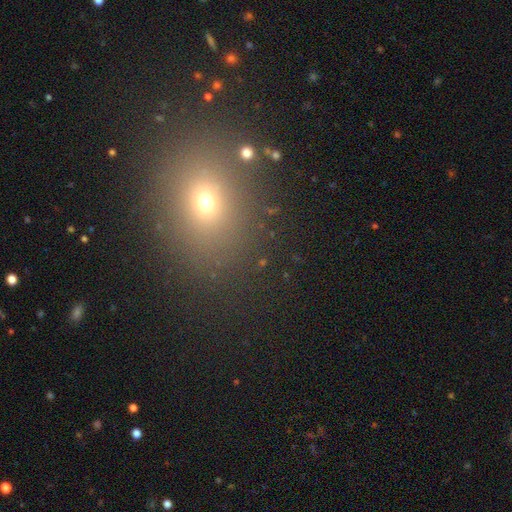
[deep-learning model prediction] A smooth galaxy with no disk features (59%) that is round (51%).

Vote fractions:
- Smooth or featured? smooth: 59% / star or artifact: 31% / featured or disk: 10%
- How rounded? round: 51% / in between: 48% / cigar-shaped: 2%
- Merging? none: 87% / minor disturbance: 8% / major disturbance: 3% / merger: 2%